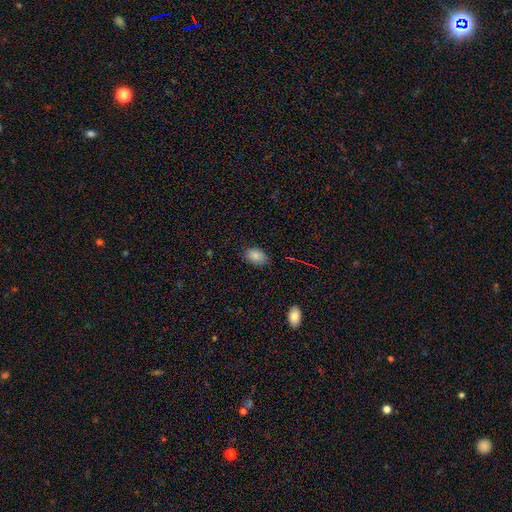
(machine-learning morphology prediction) Smooth or featured: smooth — 85% (star or artifact — 9%)
How rounded: in between — 88% (round — 10%)
Merging: none — 80% (minor disturbance — 16%)